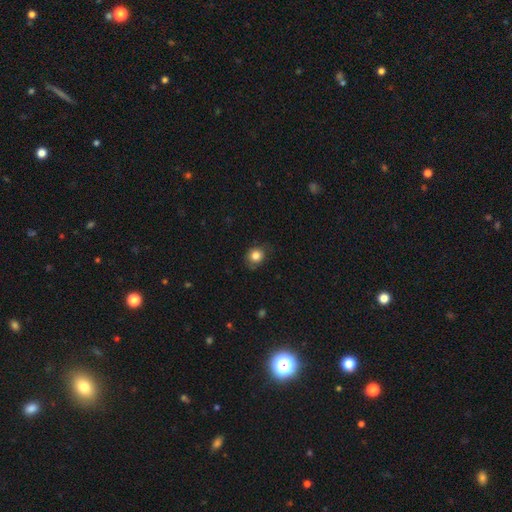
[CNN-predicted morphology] A smooth galaxy with no disk features (83%) that is round (76%). Merging: none (74%).